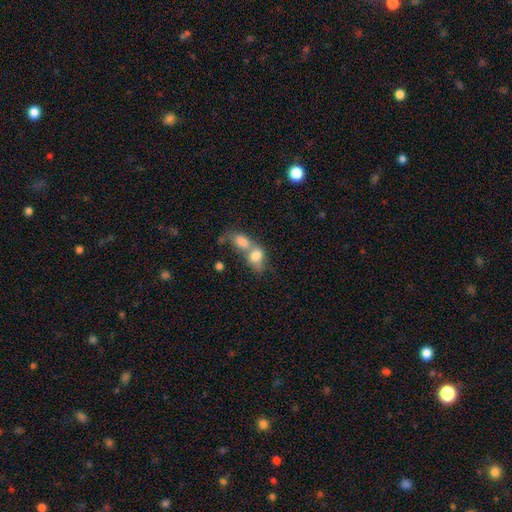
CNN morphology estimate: smooth-or-featured: smooth: 75% | featured or disk: 16% | star or artifact: 9%
  how-rounded: in between: 72% | round: 26% | cigar-shaped: 3%
  merging: merger: 72% | none: 16% | minor disturbance: 6% | major disturbance: 6%